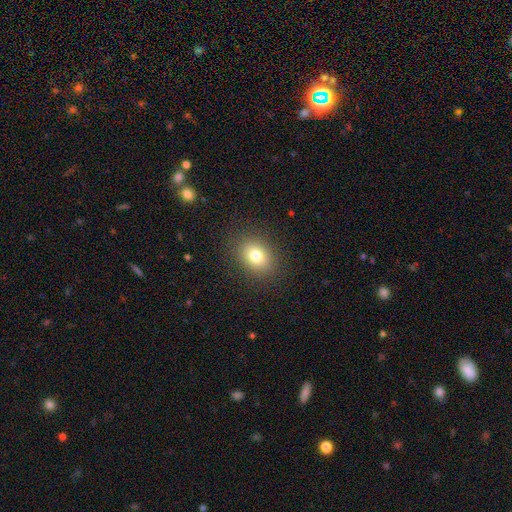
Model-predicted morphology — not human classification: smooth_or_featured: smooth (p=0.78) [alt: star or artifact p=0.12]
how_rounded: in between (p=0.58) [alt: round p=0.41]
merging: none (p=0.87) [alt: minor disturbance p=0.09]